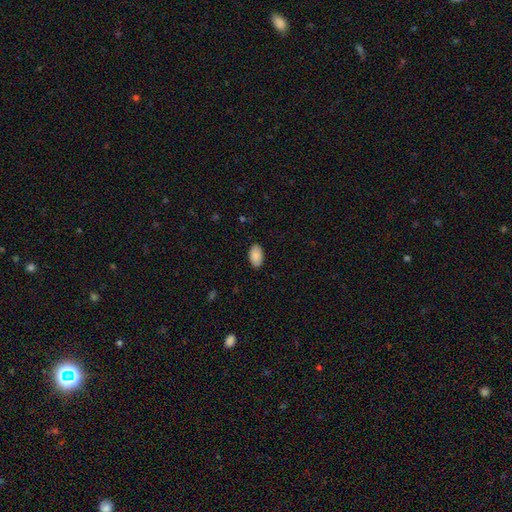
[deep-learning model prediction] A smooth galaxy with no disk features (90%) that is in between round and cigar-shaped (95%).

Vote fractions:
- Smooth or featured? smooth: 90% / star or artifact: 6% / featured or disk: 4%
- How rounded? in between: 95% / round: 4% / cigar-shaped: 1%
- Merging? none: 89% / minor disturbance: 8% / major disturbance: 2% / merger: 1%